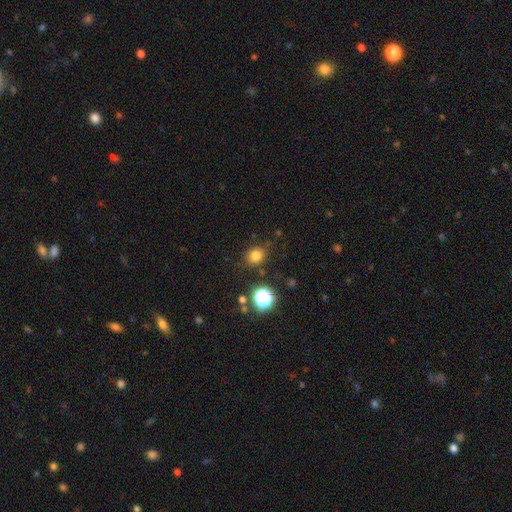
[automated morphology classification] Smooth or featured? smooth (78%)
How rounded? round (74%)
Merging? none (82%)